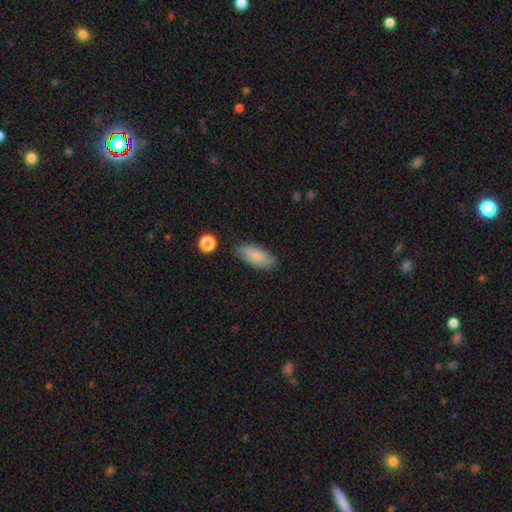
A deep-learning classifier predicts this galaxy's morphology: smooth_or_featured: smooth (p=0.80) [alt: featured or disk p=0.13]
how_rounded: in between (p=0.84) [alt: cigar-shaped p=0.14]
merging: none (p=0.79) [alt: minor disturbance p=0.16]